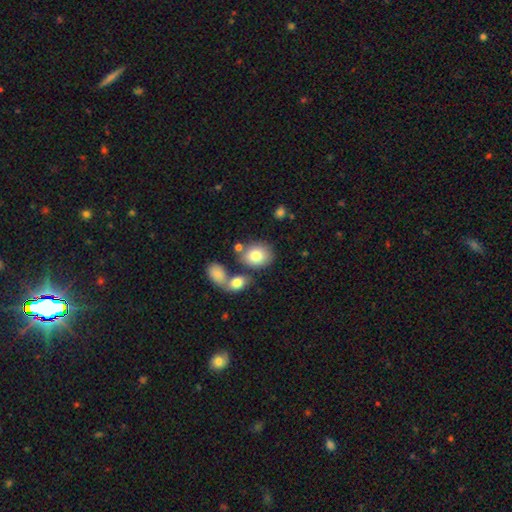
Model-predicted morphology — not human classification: This is likely a smooth galaxy (80%). How rounded: possibly round (50%). Merging: likely none (60%).